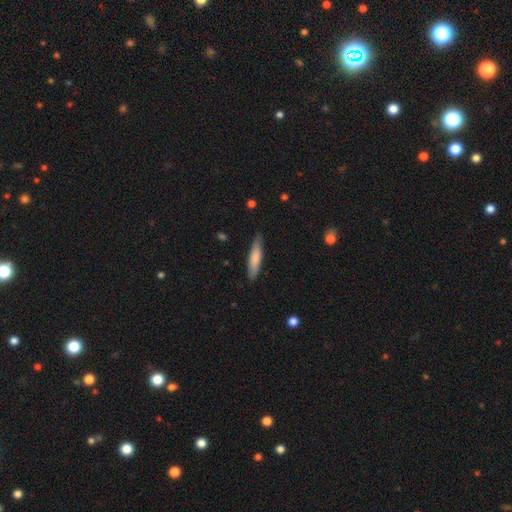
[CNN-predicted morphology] Smooth or featured: smooth — 68% (featured or disk — 25%)
How rounded: cigar-shaped — 84% (in between — 14%)
Merging: none — 87% (minor disturbance — 10%)